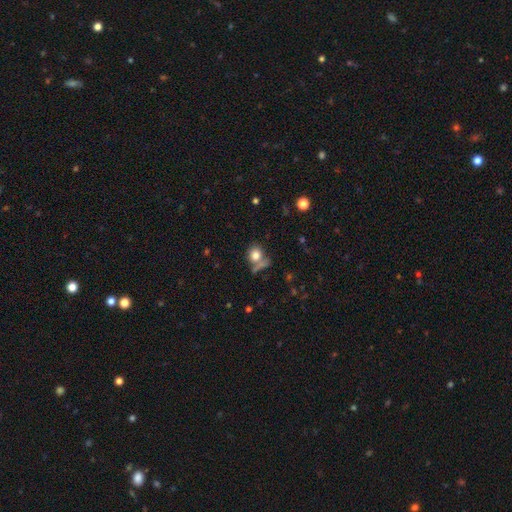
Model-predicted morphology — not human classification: Q: Smooth or featured?
A: smooth (79%); runner-up: star or artifact (11%)
Q: How rounded?
A: round (73%); runner-up: in between (25%)
Q: Merging?
A: none (56%); runner-up: merger (23%)